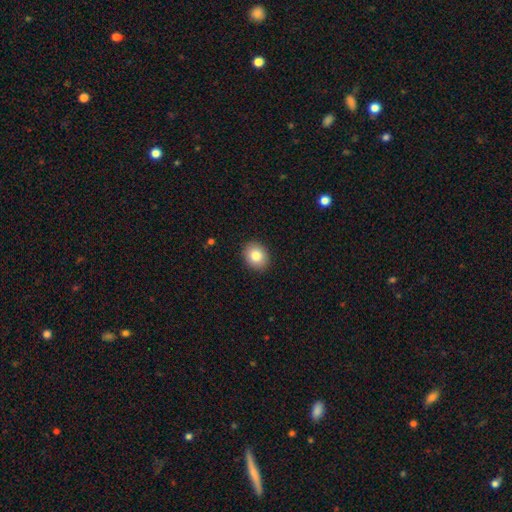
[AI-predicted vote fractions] Smooth or featured: smooth — 83% (featured or disk — 8%)
How rounded: round — 54% (in between — 45%)
Merging: none — 91% (minor disturbance — 7%)